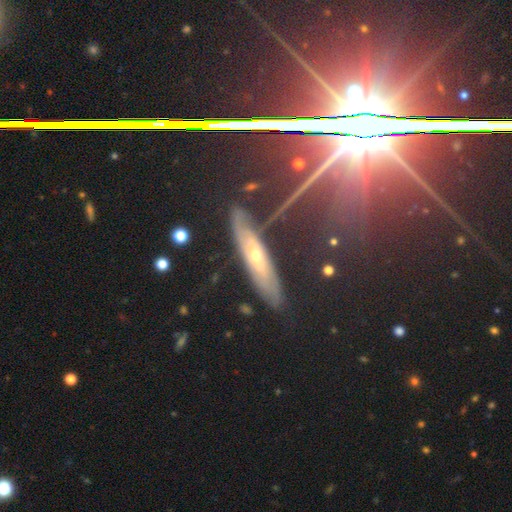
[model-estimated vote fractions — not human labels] Smooth or featured? Predicted: featured or disk (p=0.58). Edge-on disk? Predicted: yes (p=0.59). Merging? Predicted: none (p=0.78).